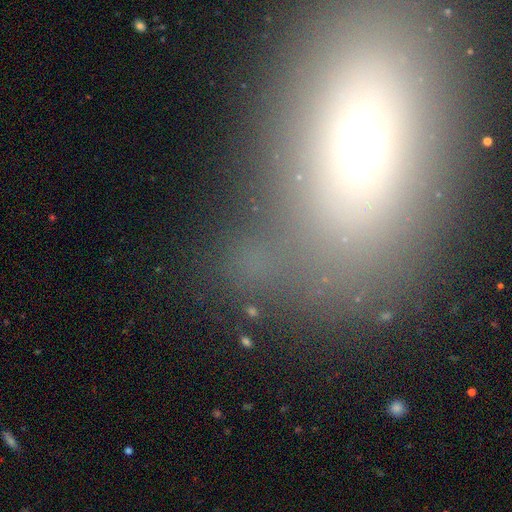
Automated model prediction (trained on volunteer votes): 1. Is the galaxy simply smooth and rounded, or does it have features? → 48% smooth, 29% star or artifact, 23% featured or disk.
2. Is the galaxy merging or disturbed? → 56% none, 19% minor disturbance, 17% major disturbance, 8% merger.